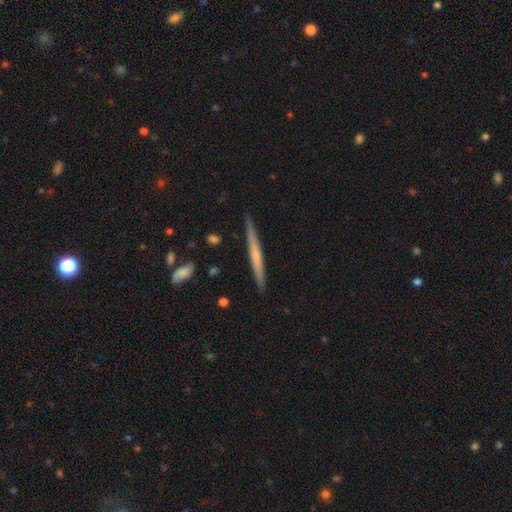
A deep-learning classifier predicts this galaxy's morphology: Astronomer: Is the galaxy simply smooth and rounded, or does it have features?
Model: featured or disk — 49% (runner-up: smooth, 45%).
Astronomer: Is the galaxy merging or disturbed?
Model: none — 89%.